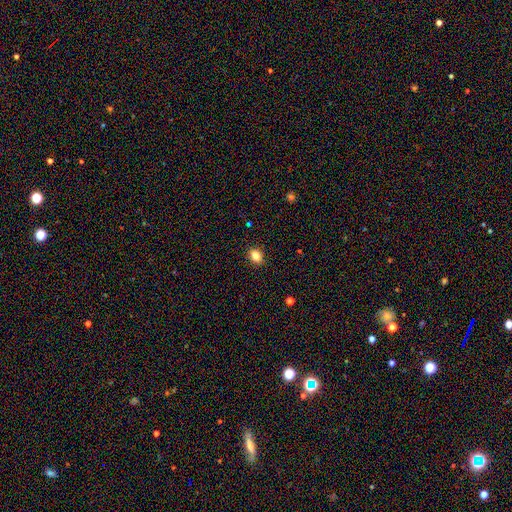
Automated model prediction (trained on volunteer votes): Smooth or featured: smooth — 84% (star or artifact — 10%)
How rounded: in between — 65% (round — 34%)
Merging: none — 89% (minor disturbance — 8%)